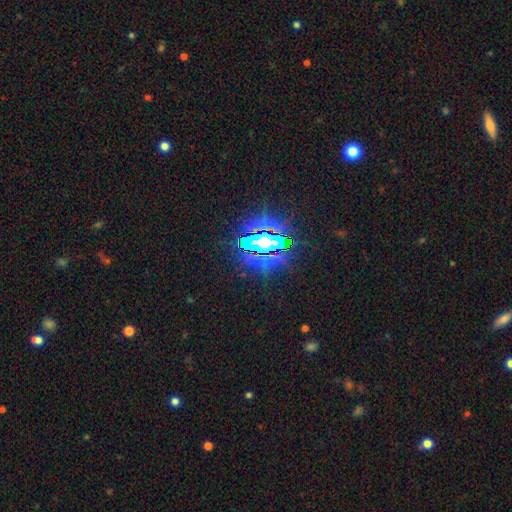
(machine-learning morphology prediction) A star or artifact, not a galaxy (85%).

Vote fractions:
- Smooth or featured? star or artifact: 85% / smooth: 8% / featured or disk: 6%